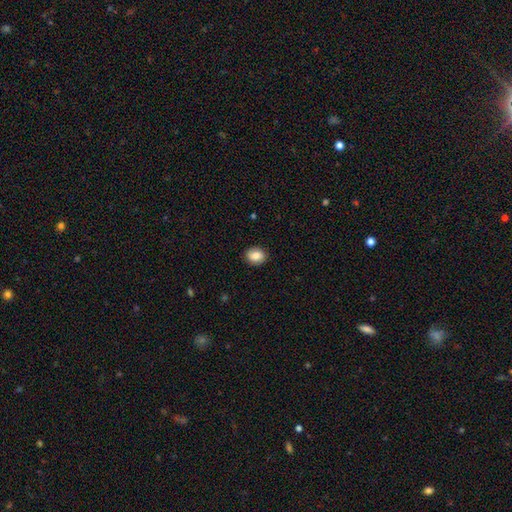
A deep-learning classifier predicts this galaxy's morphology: smooth 84%, featured or disk 8%, star or artifact 8%. Down the decision tree: how rounded — round (56%); merging — none (89%).